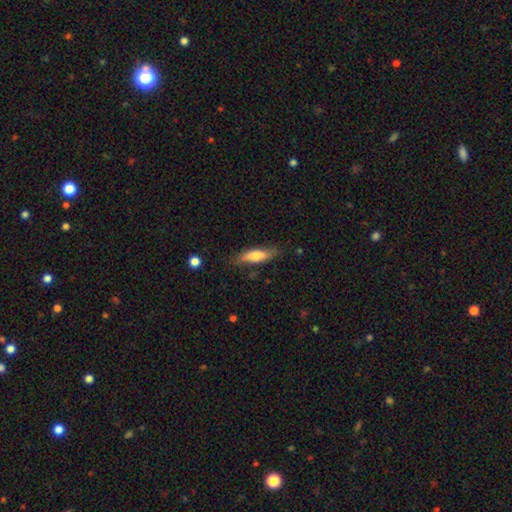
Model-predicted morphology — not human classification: A smooth galaxy with no disk features (67%) that is cigar-shaped (51%).

Vote fractions:
- Smooth or featured? smooth: 67% / featured or disk: 27% / star or artifact: 6%
- How rounded? cigar-shaped: 51% / in between: 46% / round: 2%
- Merging? none: 74% / minor disturbance: 20% / major disturbance: 4% / merger: 2%